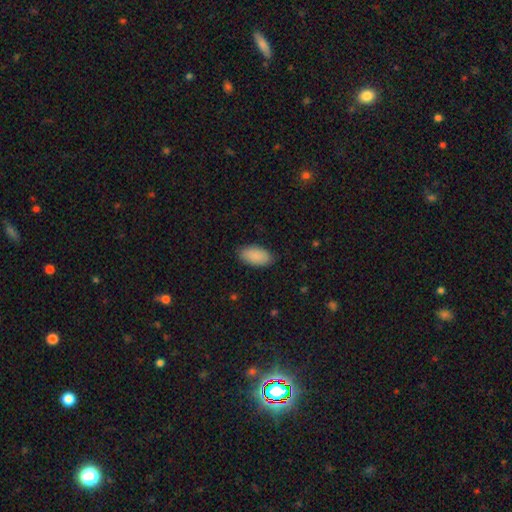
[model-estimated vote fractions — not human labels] This is clearly a smooth galaxy (90%). How rounded: clearly in between (95%). Merging: clearly none (86%).